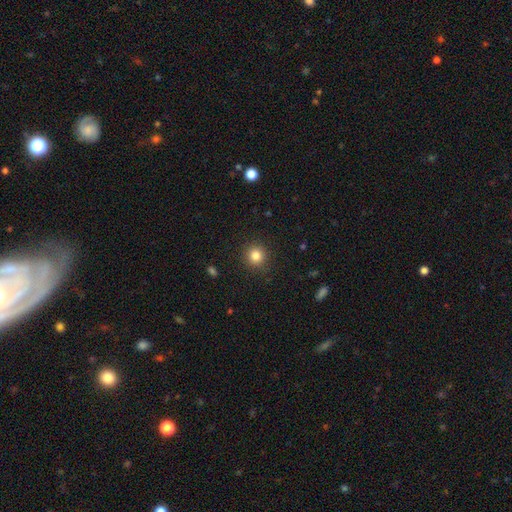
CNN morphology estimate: Smooth or featured? smooth (83%)
How rounded? round (92%)
Merging? none (90%)